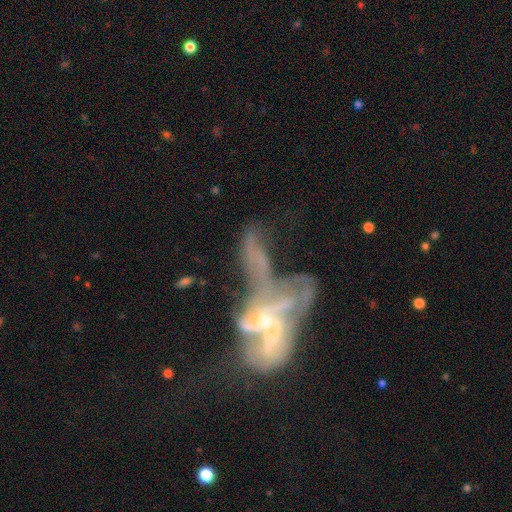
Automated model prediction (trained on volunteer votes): Q: Smooth or featured?
A: featured or disk (65%); runner-up: smooth (20%)
Q: Edge-on disk?
A: no (90%); runner-up: yes (10%)
Q: Bar?
A: no (69%); runner-up: weak (22%)
Q: Spiral arms?
A: no (53%); runner-up: yes (47%)
Q: Bulge size?
A: small (45%); runner-up: moderate (29%)
Q: Merging?
A: merger (63%); runner-up: major disturbance (22%)